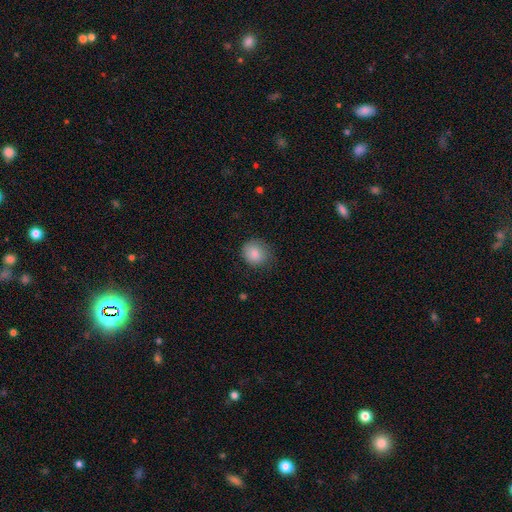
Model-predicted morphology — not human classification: smooth-or-featured: smooth: 85% | star or artifact: 8% | featured or disk: 7%
  how-rounded: round: 78% | in between: 22% | cigar-shaped: 1%
  merging: none: 67% | minor disturbance: 25% | major disturbance: 7% | merger: 1%